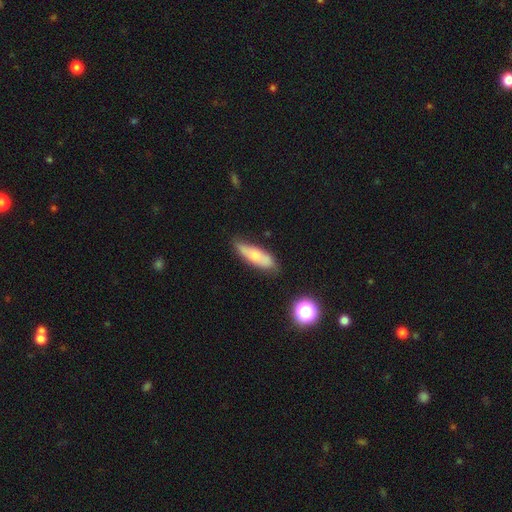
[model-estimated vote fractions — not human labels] smooth-or-featured: smooth: 65% | featured or disk: 28% | star or artifact: 7%
  how-rounded: cigar-shaped: 52% | in between: 45% | round: 3%
  merging: none: 70% | minor disturbance: 23% | major disturbance: 4% | merger: 3%